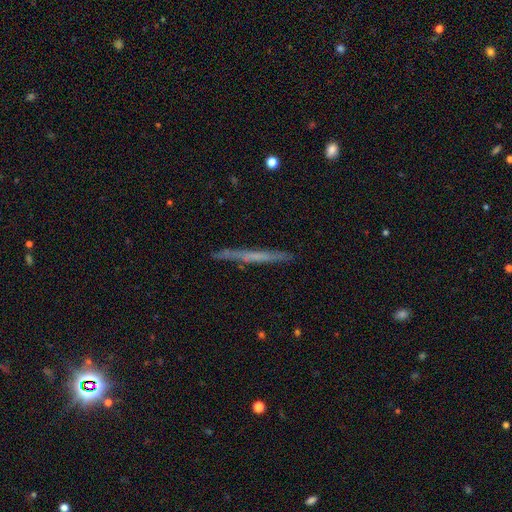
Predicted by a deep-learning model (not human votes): featured or disk 51%, smooth 42%, star or artifact 7%. Down the decision tree: edge-on disk — yes (96%); merging — none (88%).